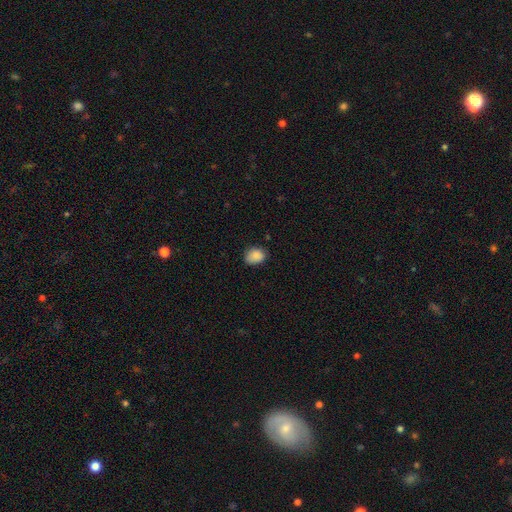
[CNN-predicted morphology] A smooth galaxy with no disk features (87%) that is in between round and cigar-shaped (58%).

Vote fractions:
- Smooth or featured? smooth: 87% / star or artifact: 8% / featured or disk: 5%
- How rounded? in between: 58% / round: 41% / cigar-shaped: 1%
- Merging? none: 76% / minor disturbance: 20% / major disturbance: 3% / merger: 1%